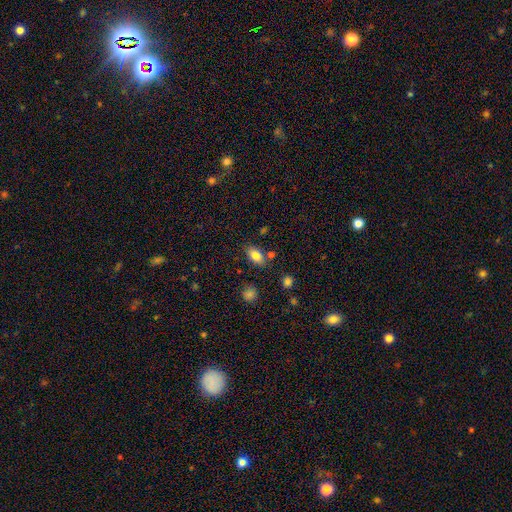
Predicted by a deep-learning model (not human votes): A smooth galaxy with no disk features (82%) that is in between round and cigar-shaped (89%). Merging: none (77%).